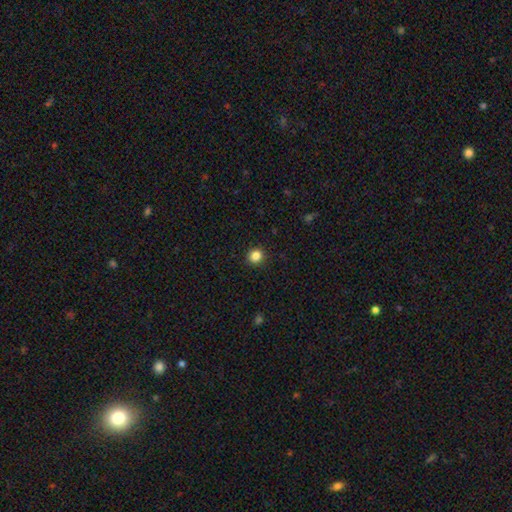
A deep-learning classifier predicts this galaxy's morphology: A smooth galaxy with no disk features (85%) that is round (91%). Merging: none (92%).